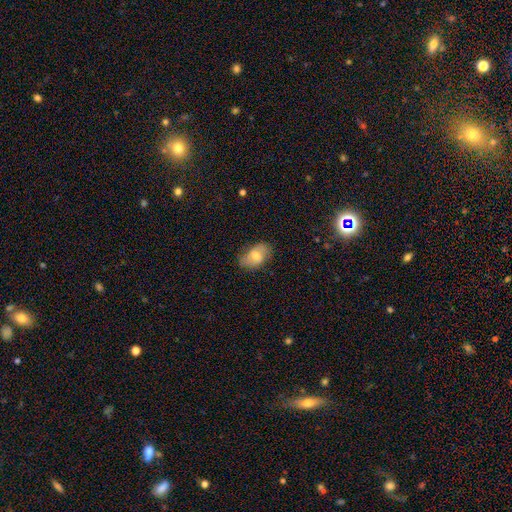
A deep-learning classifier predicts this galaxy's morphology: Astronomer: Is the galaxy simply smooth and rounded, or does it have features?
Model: smooth — 65%.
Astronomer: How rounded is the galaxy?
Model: in between — 90%.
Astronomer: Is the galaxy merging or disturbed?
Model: none — 73%.